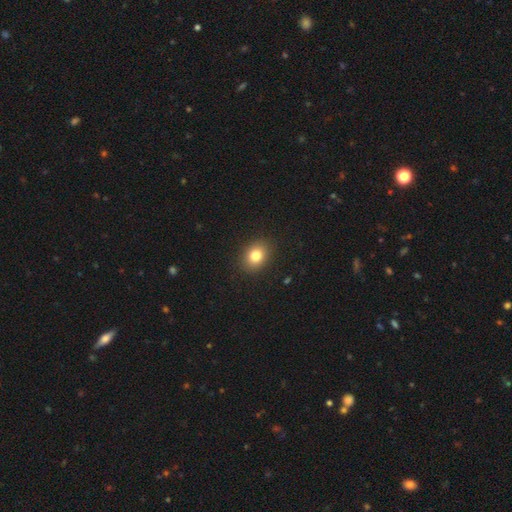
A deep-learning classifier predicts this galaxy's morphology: This is clearly a smooth galaxy (81%). How rounded: possibly in between (50%). Merging: clearly none (90%).